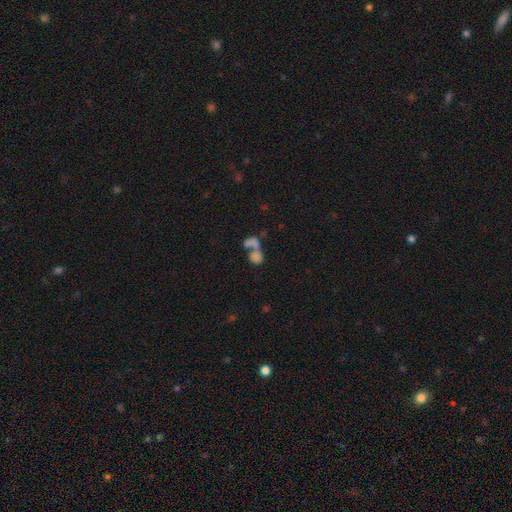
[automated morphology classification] Overall: smooth (66%). How rounded: in between (57%; round 40%). Merging: merger (66%).